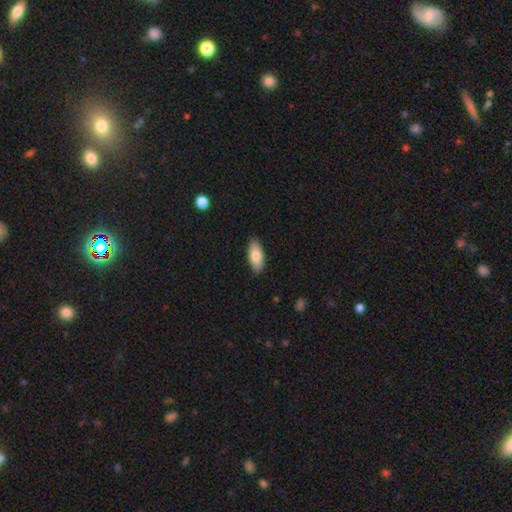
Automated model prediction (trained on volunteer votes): Smooth or featured? smooth (81%)
How rounded? in between (86%)
Merging? none (87%)